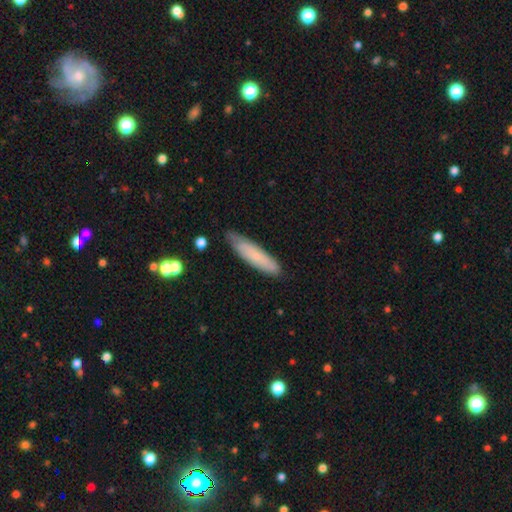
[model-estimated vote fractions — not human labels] smooth_or_featured: smooth (p=0.69) [alt: featured or disk p=0.24]
how_rounded: cigar-shaped (p=0.78) [alt: in between p=0.20]
merging: none (p=0.78) [alt: minor disturbance p=0.17]